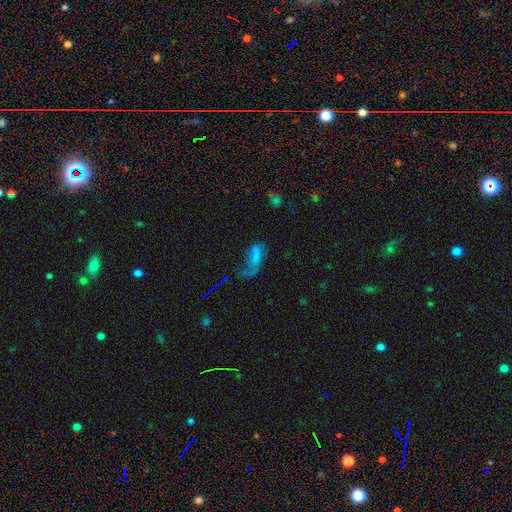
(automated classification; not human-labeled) The model was most divided on "smooth or featured": smooth: 47%, featured or disk: 36%, star or artifact: 17%. Remaining: merging — major disturbance (50%).